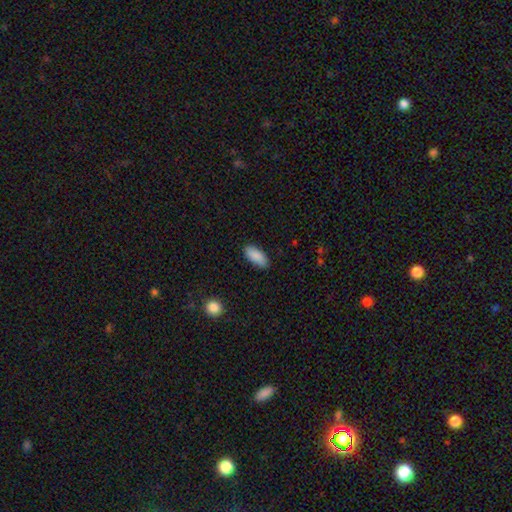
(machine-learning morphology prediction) Smooth or featured: smooth — 89% (star or artifact — 6%)
How rounded: in between — 87% (cigar-shaped — 11%)
Merging: none — 87% (minor disturbance — 10%)